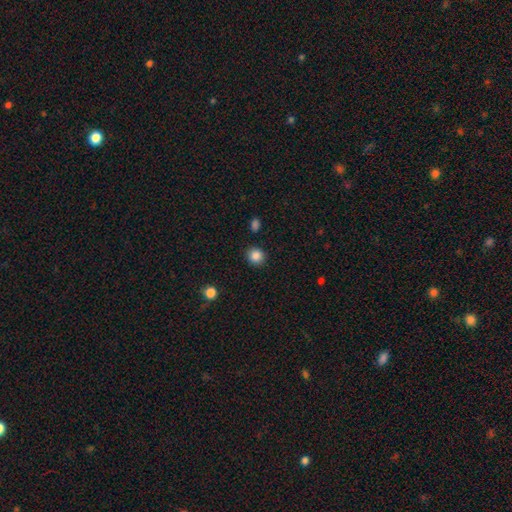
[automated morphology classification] Overall: smooth (86%). How rounded: round (90%). Merging: none (90%).